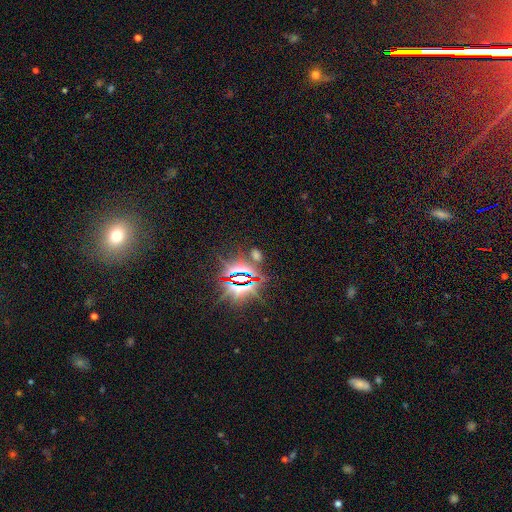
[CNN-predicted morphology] Smooth or featured?
  - star or artifact: 63% *
  - smooth: 29%
  - featured or disk: 8%